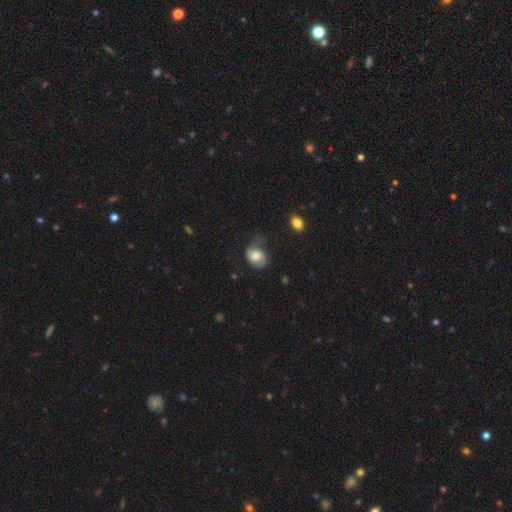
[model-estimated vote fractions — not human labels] This is likely a smooth galaxy (63%). How rounded: possibly in between (59%). Merging: marginally none (37%).